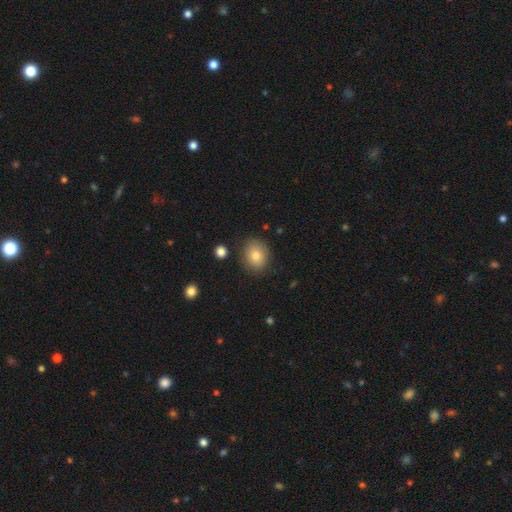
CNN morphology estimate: smooth_or_featured: smooth (p=0.80) [alt: featured or disk p=0.10]
how_rounded: round (p=0.62) [alt: in between p=0.37]
merging: none (p=0.83) [alt: minor disturbance p=0.12]